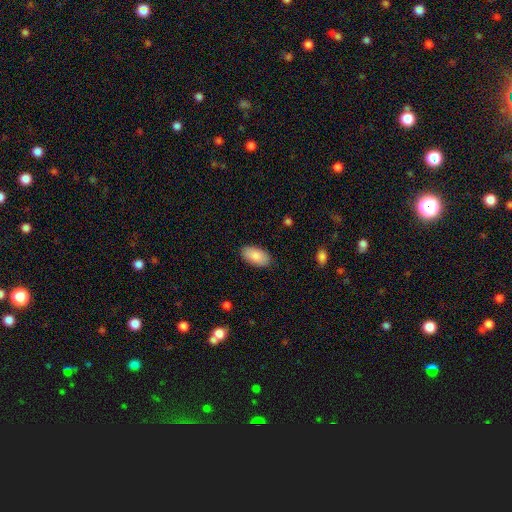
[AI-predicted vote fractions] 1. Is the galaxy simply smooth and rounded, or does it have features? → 87% smooth, 7% featured or disk, 6% star or artifact.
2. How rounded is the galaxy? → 95% in between, 3% round, 2% cigar-shaped.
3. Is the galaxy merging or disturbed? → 88% none, 9% minor disturbance, 2% major disturbance, 1% merger.